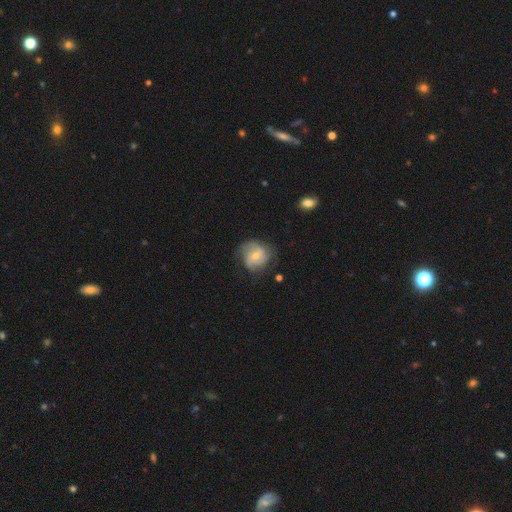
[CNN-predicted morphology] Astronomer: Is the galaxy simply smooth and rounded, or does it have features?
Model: featured or disk — 56% (runner-up: smooth, 37%).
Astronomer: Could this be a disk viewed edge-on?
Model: no — 97%.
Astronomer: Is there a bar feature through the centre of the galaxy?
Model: no — 53% (runner-up: weak, 38%).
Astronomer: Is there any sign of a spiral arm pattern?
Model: yes — 81%.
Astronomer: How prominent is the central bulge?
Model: small — 53% (runner-up: moderate, 42%).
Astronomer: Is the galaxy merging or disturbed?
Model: none — 60%.